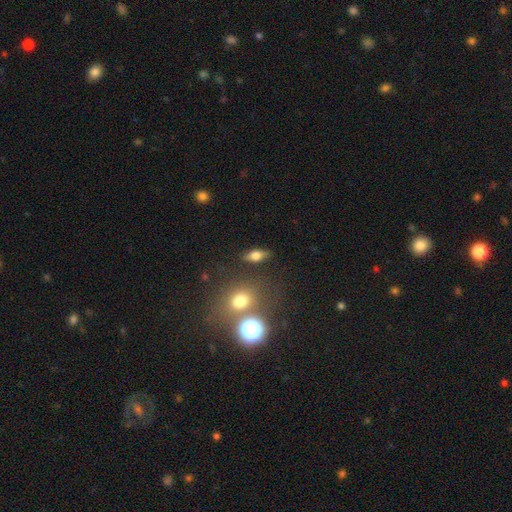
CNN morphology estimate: Overall: smooth (60%; featured or disk 28%). How rounded: in between (70%). Merging: none (82%).